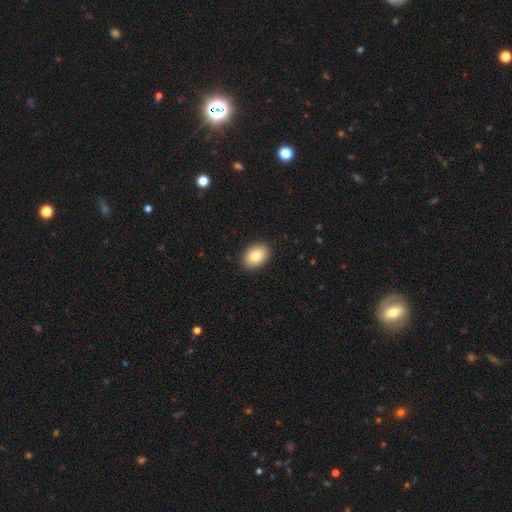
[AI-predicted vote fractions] This is clearly a smooth galaxy (81%). How rounded: likely in between (77%). Merging: clearly none (90%).